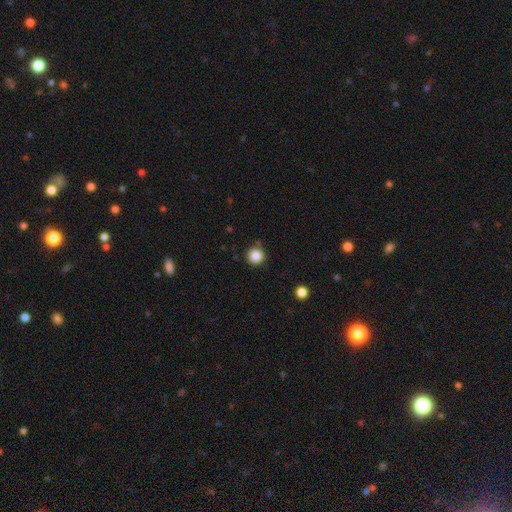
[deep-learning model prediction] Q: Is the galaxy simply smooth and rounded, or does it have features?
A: smooth — 86%.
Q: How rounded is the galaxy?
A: round — 96%.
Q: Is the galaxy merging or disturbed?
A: none — 87%.